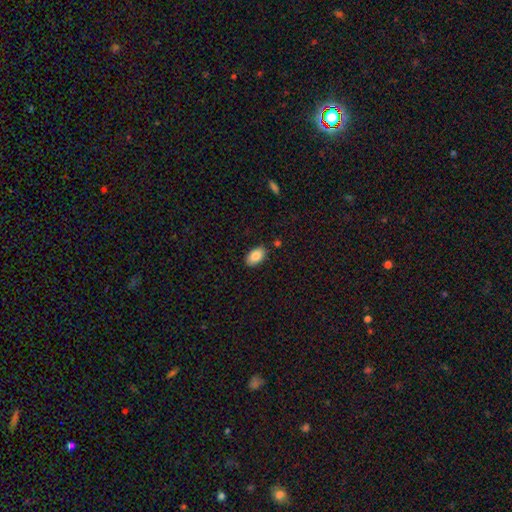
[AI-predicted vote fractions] Overall: smooth (85%). How rounded: in between (94%). Merging: none (86%).